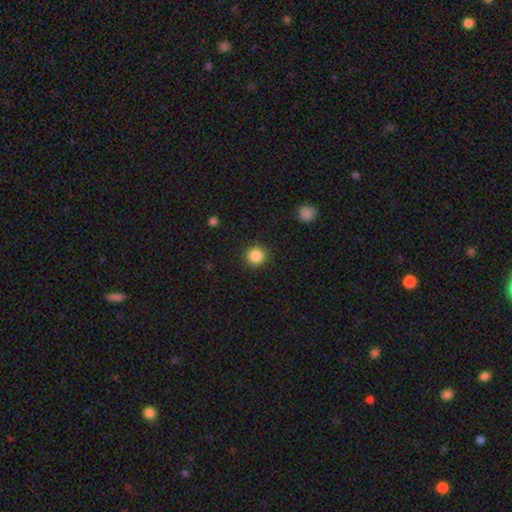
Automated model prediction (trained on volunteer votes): Morphology: type=smooth (86%); roundness=round (94%); merging=none (91%).